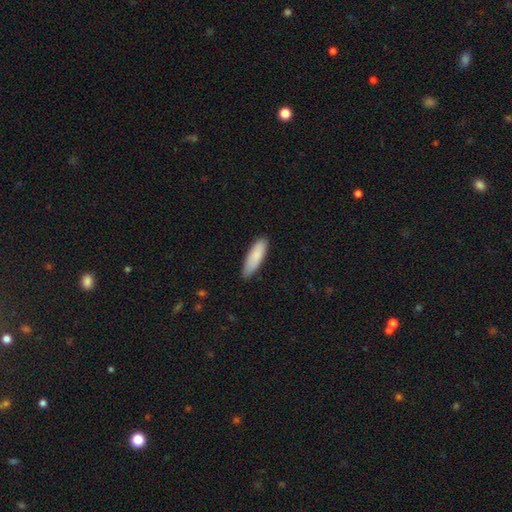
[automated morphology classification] type=smooth (86%); roundness=cigar-shaped (51%); merging=none (80%).